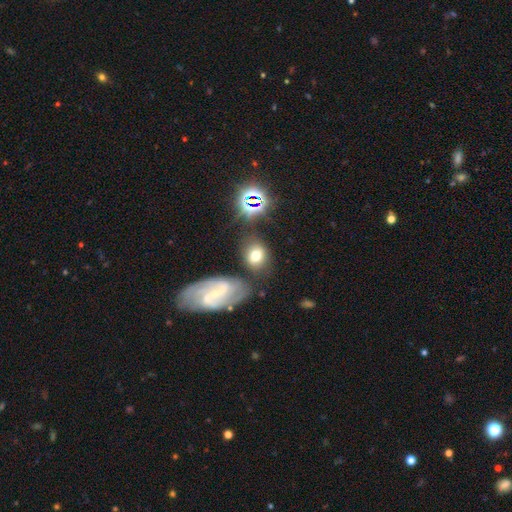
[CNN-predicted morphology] This appears to be a smooth galaxy with no disk features (61%) that is round (49%, tied with in between). Merging: none (67%).